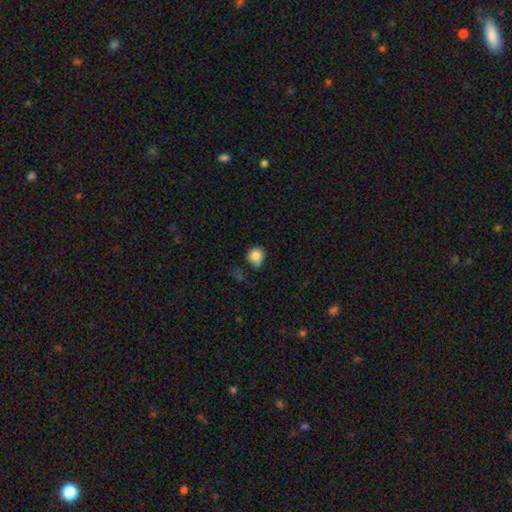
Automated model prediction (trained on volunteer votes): This appears to be a smooth galaxy with no disk features (83%) that is round (82%). Merging: none (58%).